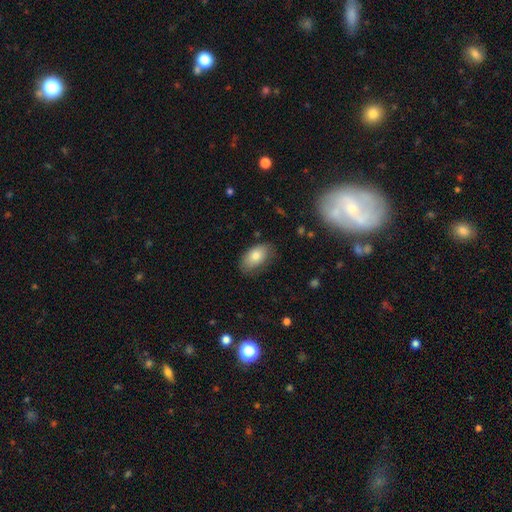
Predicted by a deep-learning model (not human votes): Smooth or featured? Predicted: smooth (p=0.79). How rounded? Predicted: in between (p=0.93). Merging? Predicted: none (p=0.76).